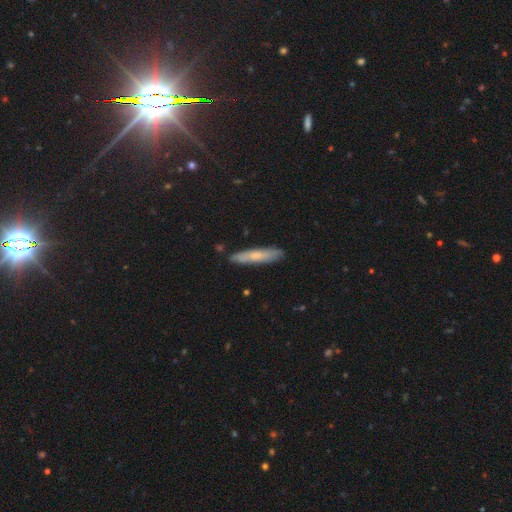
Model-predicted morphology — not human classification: smooth_or_featured: smooth (p=0.65) [alt: featured or disk p=0.29]
how_rounded: cigar-shaped (p=0.89) [alt: in between p=0.09]
merging: none (p=0.87) [alt: minor disturbance p=0.10]